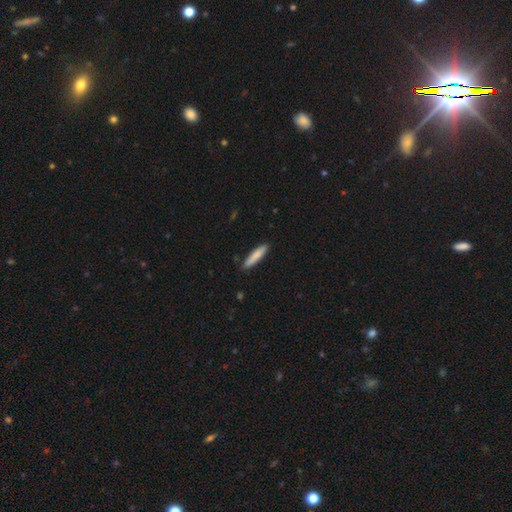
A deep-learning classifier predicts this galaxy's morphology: type=smooth (83%); roundness=cigar-shaped (87%); merging=none (87%).